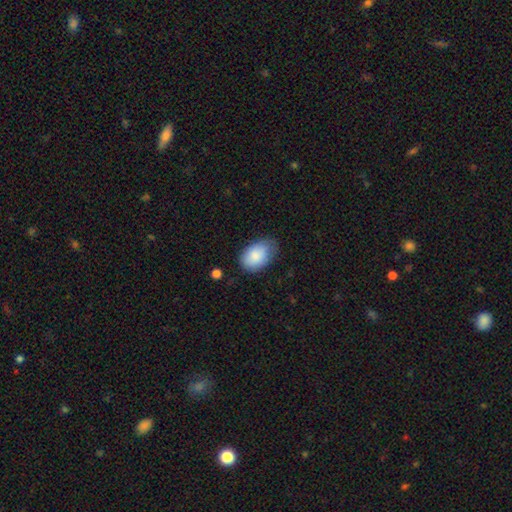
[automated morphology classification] type=smooth (85%); roundness=in between (89%); merging=none (63%).